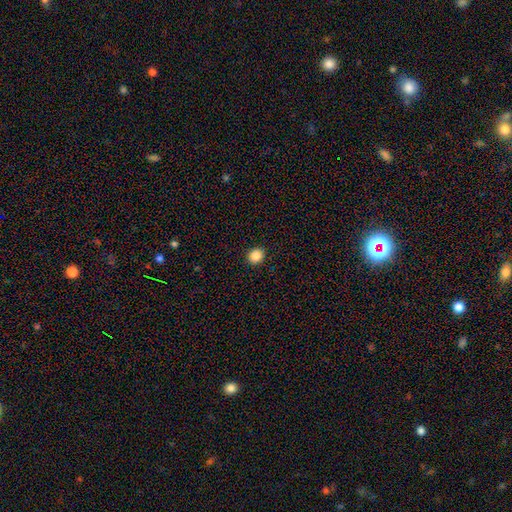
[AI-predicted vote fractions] A smooth galaxy with no disk features (86%) that is round (80%).

Vote fractions:
- Smooth or featured? smooth: 86% / star or artifact: 11% / featured or disk: 3%
- How rounded? round: 80% / in between: 19% / cigar-shaped: 1%
- Merging? none: 93% / minor disturbance: 5% / major disturbance: 2% / merger: 1%